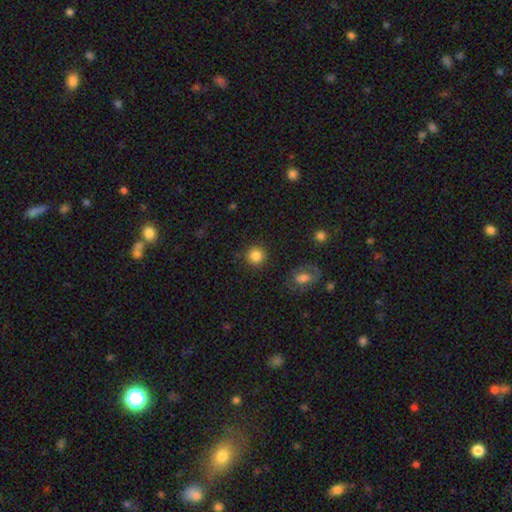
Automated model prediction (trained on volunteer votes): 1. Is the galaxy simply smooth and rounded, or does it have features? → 85% smooth, 11% star or artifact, 5% featured or disk.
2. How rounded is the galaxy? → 93% round, 6% in between, 1% cigar-shaped.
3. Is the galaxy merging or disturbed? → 89% none, 6% minor disturbance, 3% major disturbance, 2% merger.